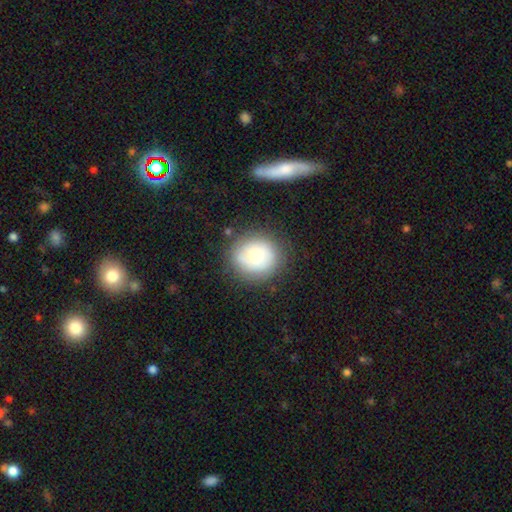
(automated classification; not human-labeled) Overall: smooth (63%; featured or disk 27%). How rounded: round (89%). Merging: none (82%).